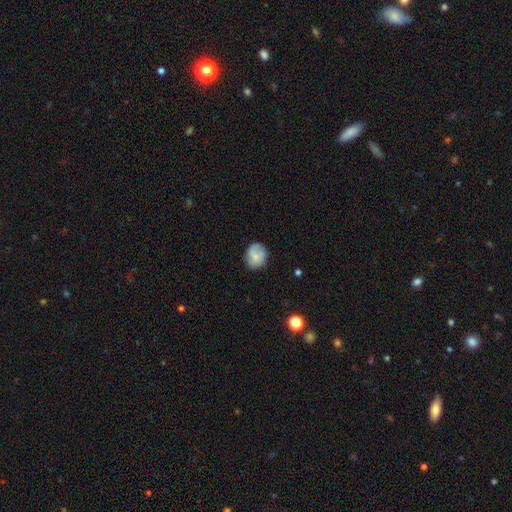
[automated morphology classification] smooth 66%, featured or disk 26%, star or artifact 8%. Down the decision tree: how rounded — round (70%); merging — none (75%).